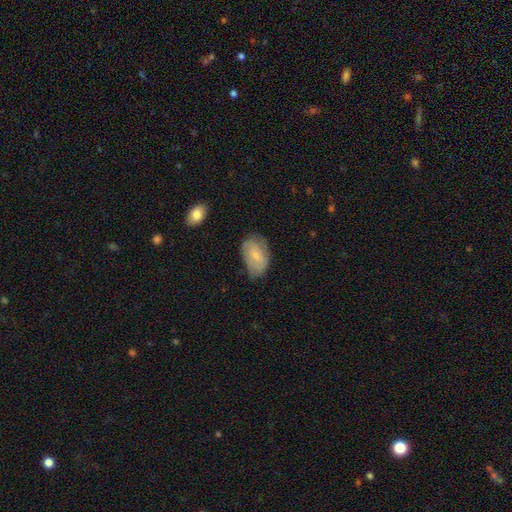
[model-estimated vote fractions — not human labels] smooth-or-featured: smooth: 66% | featured or disk: 27% | star or artifact: 7%
  how-rounded: in between: 90% | round: 8% | cigar-shaped: 2%
  merging: none: 62% | minor disturbance: 29% | major disturbance: 7% | merger: 2%